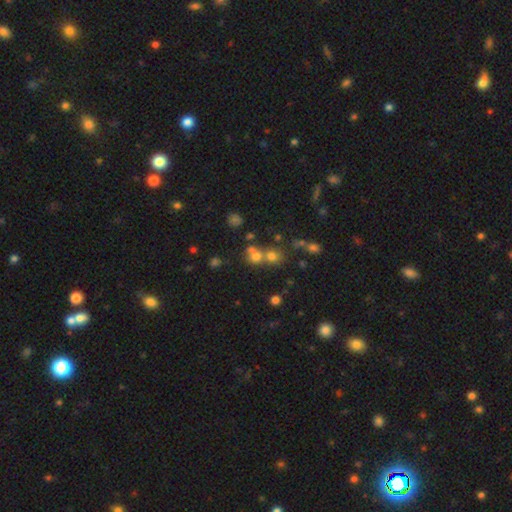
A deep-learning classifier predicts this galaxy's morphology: Smooth or featured?
  - smooth: 65% *
  - star or artifact: 22%
  - featured or disk: 12%
How rounded?
  - round: 79% *
  - in between: 19%
  - cigar-shaped: 1%
Merging?
  - merger: 47% *
  - none: 41%
  - minor disturbance: 8%
  - major disturbance: 5%